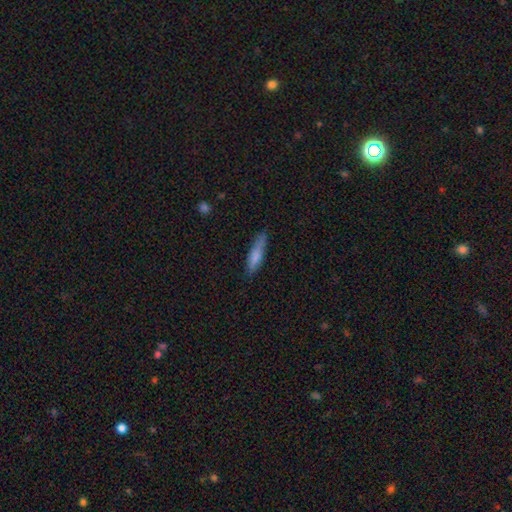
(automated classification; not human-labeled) This is likely a smooth galaxy (73%). How rounded: clearly cigar-shaped (81%). Merging: likely none (77%).